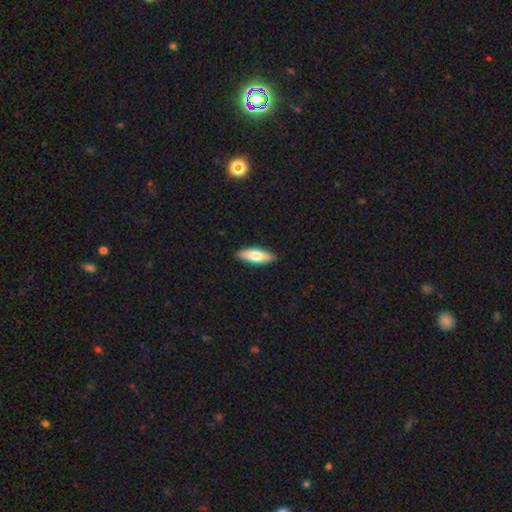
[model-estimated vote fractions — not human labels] Smooth or featured? Predicted: smooth (p=0.70). How rounded? Predicted: in between (p=0.61). Merging? Predicted: none (p=0.89).